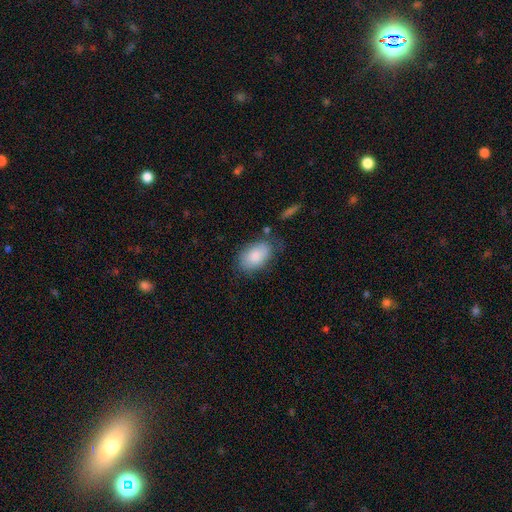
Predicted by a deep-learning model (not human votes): smooth 84%, featured or disk 10%, star or artifact 6%. Down the decision tree: how rounded — in between (91%); merging — none (65%).